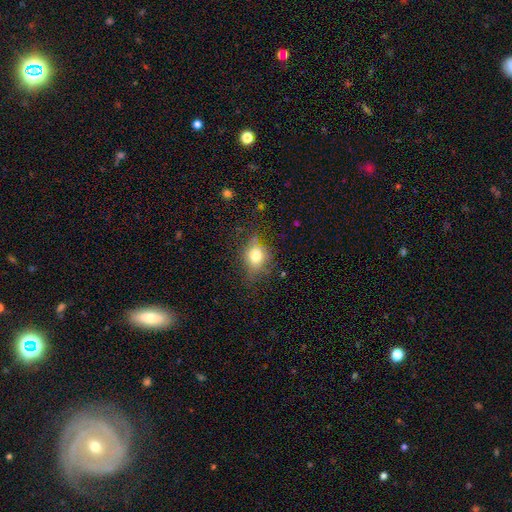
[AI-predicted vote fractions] Q: Smooth or featured?
A: smooth (70%); runner-up: featured or disk (17%)
Q: How rounded?
A: round (51%); runner-up: in between (46%)
Q: Merging?
A: none (64%); runner-up: minor disturbance (24%)